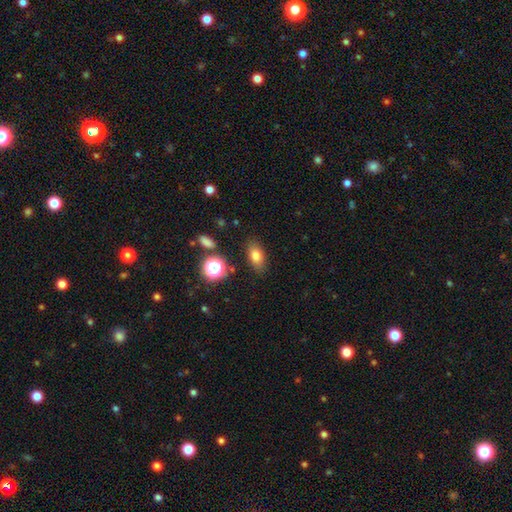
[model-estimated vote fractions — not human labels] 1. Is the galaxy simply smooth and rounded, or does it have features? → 77% smooth, 13% star or artifact, 10% featured or disk.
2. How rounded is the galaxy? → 82% in between, 14% round, 5% cigar-shaped.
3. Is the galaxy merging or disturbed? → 83% none, 11% minor disturbance, 3% major disturbance, 3% merger.